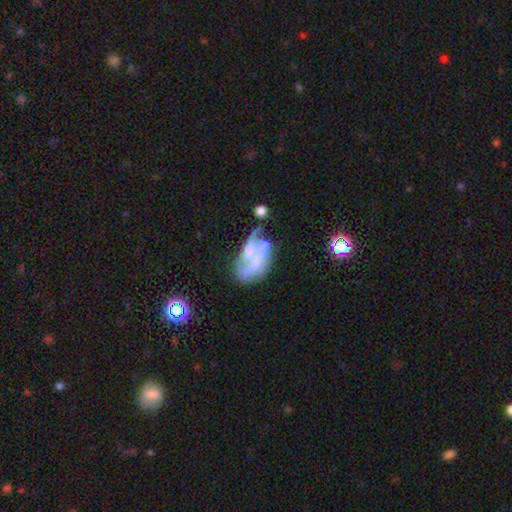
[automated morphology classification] A featured or disk galaxy (66%) with no bar (64%), no spiral arms (51%) and no central bulge (46%). Merging: major disturbance (31%).